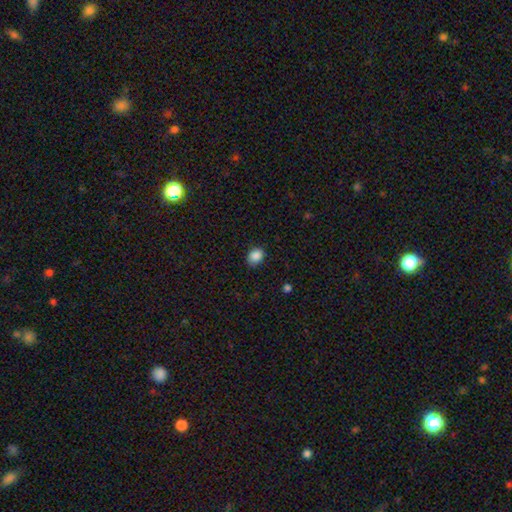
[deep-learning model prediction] The model was most divided on "how rounded": in between: 52%, round: 47%, cigar-shaped: 1%. More confident: smooth or featured — smooth (88%); merging — none (81%).